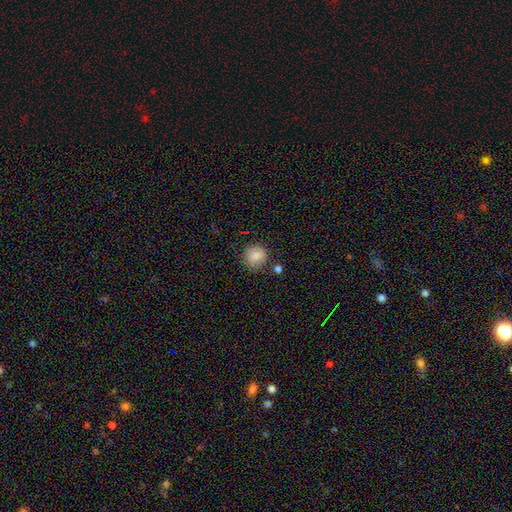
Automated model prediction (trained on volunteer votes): Morphology: type=smooth (82%); roundness=round (93%); merging=none (81%).